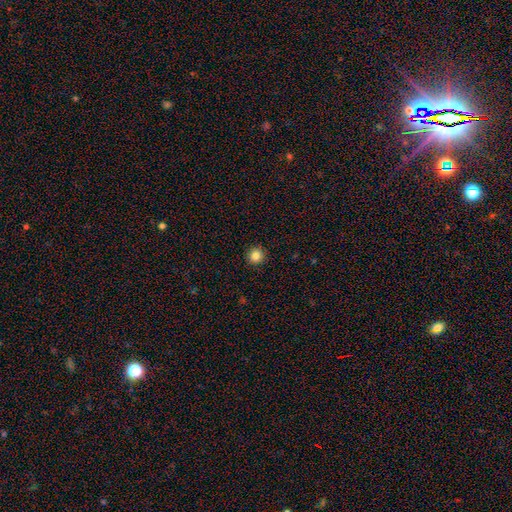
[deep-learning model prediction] Smooth or featured: smooth — 84% (star or artifact — 11%)
How rounded: round — 95% (in between — 4%)
Merging: none — 93% (minor disturbance — 4%)